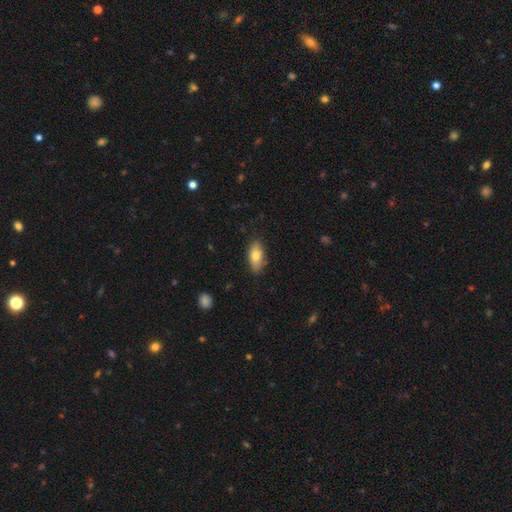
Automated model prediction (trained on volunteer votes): Smooth or featured? Predicted: smooth (p=0.77). How rounded? Predicted: in between (p=0.87). Merging? Predicted: none (p=0.83).